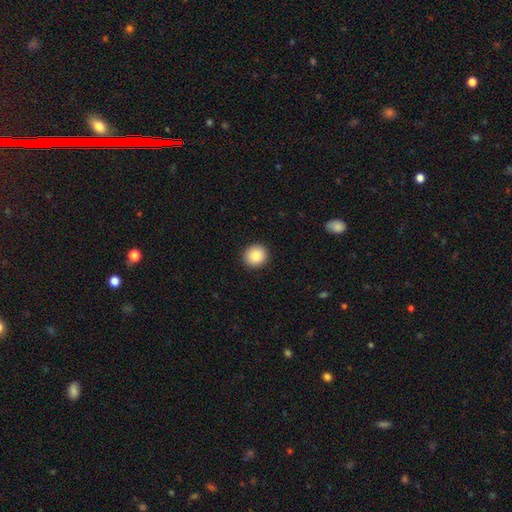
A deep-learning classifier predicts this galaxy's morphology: Q: Smooth or featured?
A: smooth (87%); runner-up: star or artifact (8%)
Q: How rounded?
A: round (92%); runner-up: in between (7%)
Q: Merging?
A: none (93%); runner-up: minor disturbance (5%)